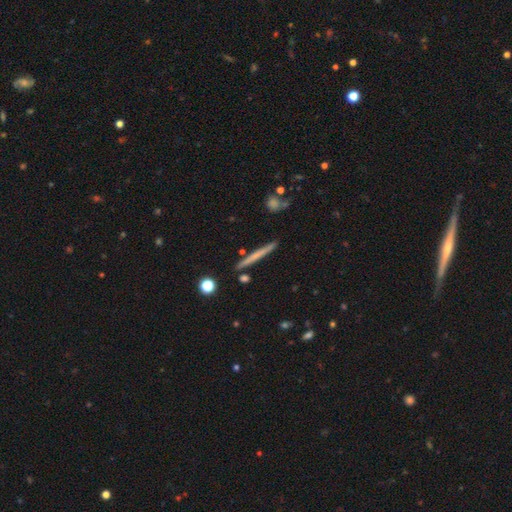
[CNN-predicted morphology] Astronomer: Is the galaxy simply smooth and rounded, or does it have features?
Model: smooth — 48% (runner-up: featured or disk, 46%).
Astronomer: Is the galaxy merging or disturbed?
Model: none — 89%.